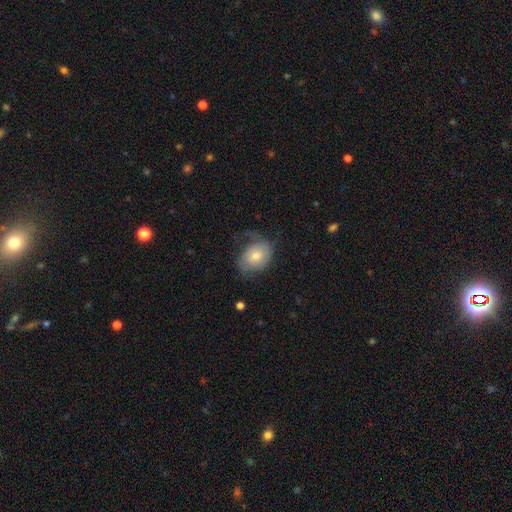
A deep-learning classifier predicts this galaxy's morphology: type=smooth (58%); roundness=in between (72%); merging=none (42%).